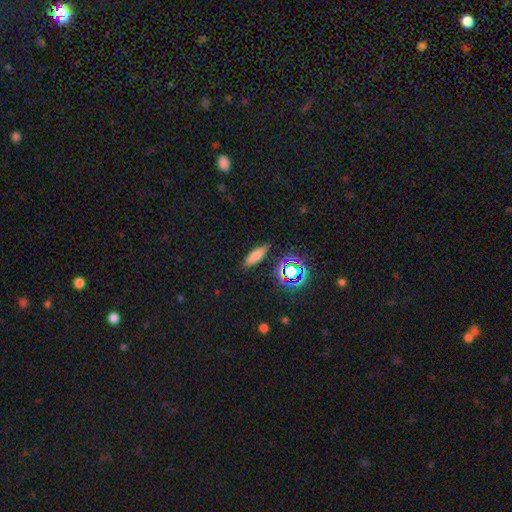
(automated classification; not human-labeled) Smooth or featured?
  - smooth: 71% *
  - star or artifact: 18%
  - featured or disk: 11%
How rounded?
  - in between: 48% *
  - cigar-shaped: 47%
  - round: 5%
Merging?
  - none: 85% *
  - minor disturbance: 10%
  - major disturbance: 3%
  - merger: 2%